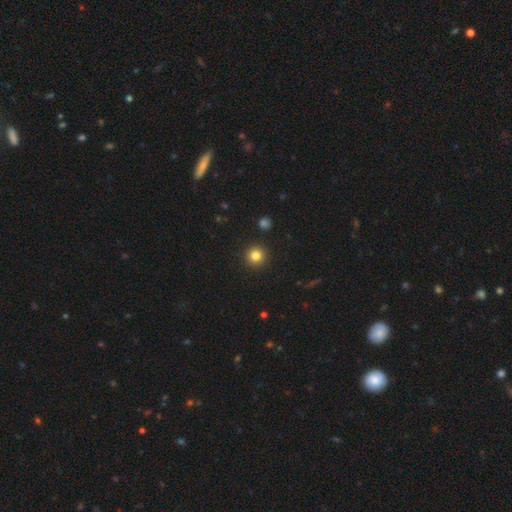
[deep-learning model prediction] Overall: smooth (83%). How rounded: round (95%). Merging: none (92%).